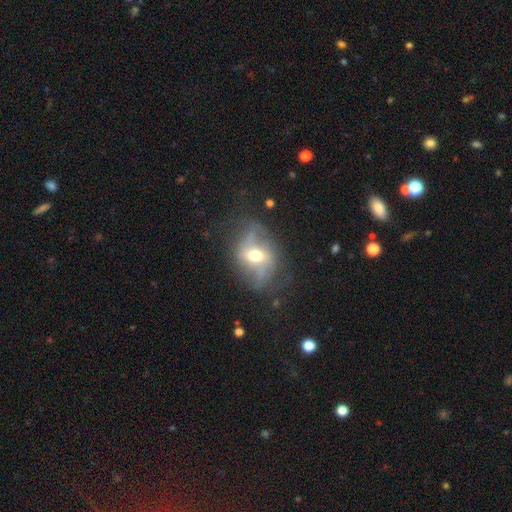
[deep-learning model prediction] Smooth or featured? Predicted: featured or disk (p=0.67). Edge-on disk? Predicted: no (p=0.90). Bar? Predicted: weak (p=0.37). Spiral arms? Predicted: yes (p=0.70). Bulge size? Predicted: moderate (p=0.69). Merging? Predicted: none (p=0.59).